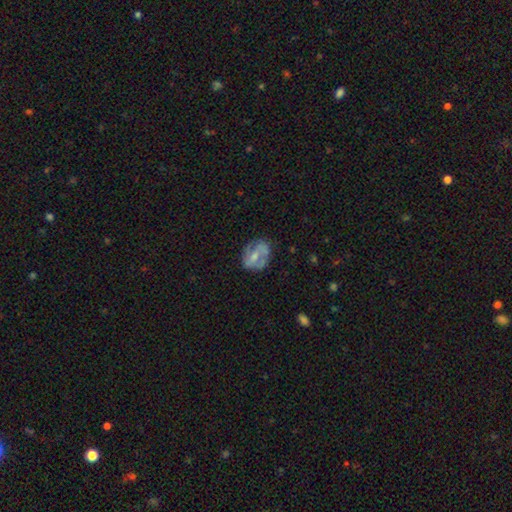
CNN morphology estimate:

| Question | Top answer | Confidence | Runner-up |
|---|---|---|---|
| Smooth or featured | featured or disk | 60% | smooth (33%) |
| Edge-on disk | no | 96% | yes (4%) |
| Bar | weak | 40% | no (34%) |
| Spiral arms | yes | 60% | no (40%) |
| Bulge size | moderate | 47% | small (38%) |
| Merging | none | 64% | minor disturbance (23%) |